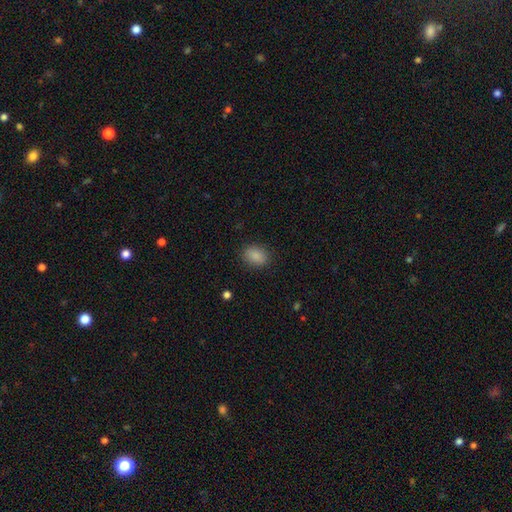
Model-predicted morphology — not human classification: This appears to be a smooth galaxy with no disk features (88%) that is in between round and cigar-shaped (73%). Merging: none (86%).